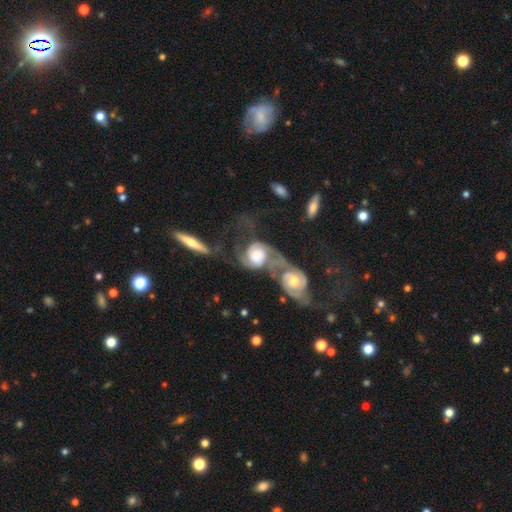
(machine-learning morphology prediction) This appears to be a featured or disk galaxy (85%) with no bar (62%), 2 (80%) medium (45%) spiral arms (95%) and a large central bulge (39%, tied with moderate). Merging: merger (76%).